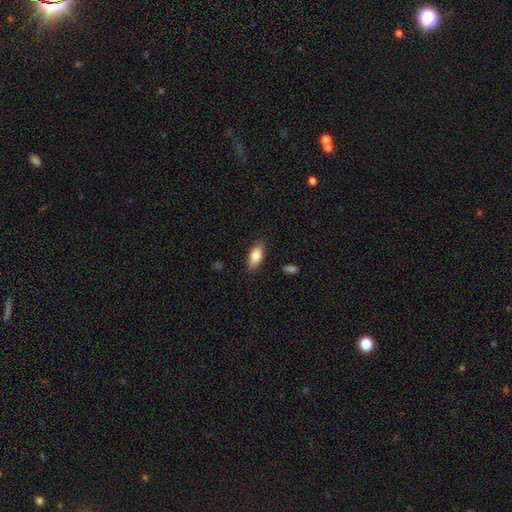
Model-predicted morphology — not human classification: smooth 82%, featured or disk 11%, star or artifact 7%. Down the decision tree: how rounded — in between (85%); merging — none (85%).